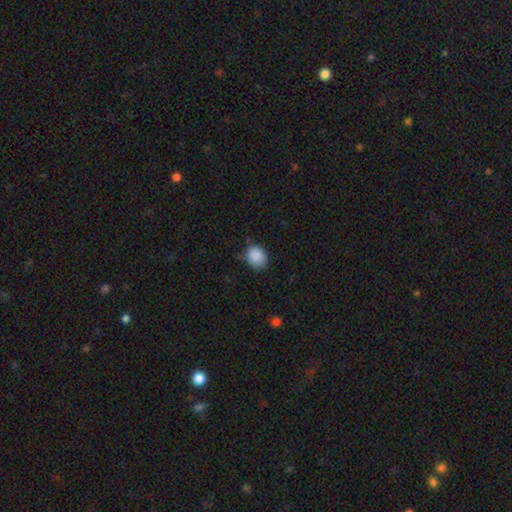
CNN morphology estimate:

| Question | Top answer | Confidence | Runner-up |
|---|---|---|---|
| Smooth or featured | smooth | 88% | star or artifact (8%) |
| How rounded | round | 54% | in between (45%) |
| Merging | none | 64% | minor disturbance (28%) |